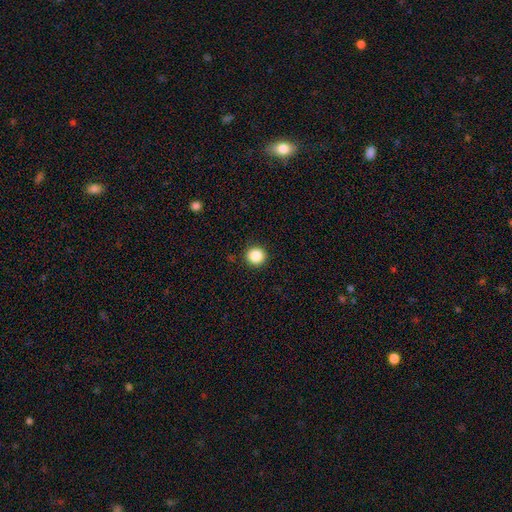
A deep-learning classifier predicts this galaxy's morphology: Smooth or featured? Predicted: smooth (p=0.87). How rounded? Predicted: round (p=0.95). Merging? Predicted: none (p=0.92).